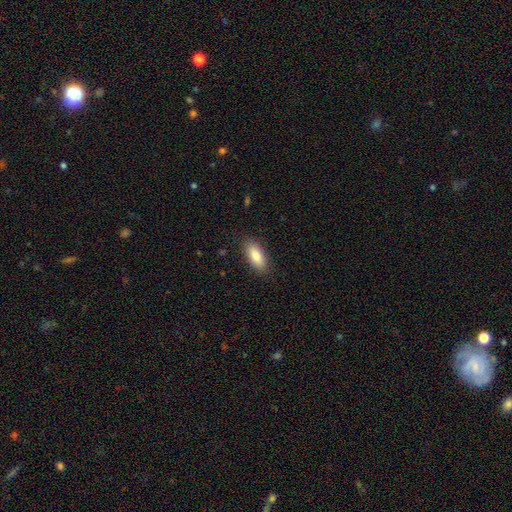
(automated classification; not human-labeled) Smooth or featured? smooth (85%)
How rounded? in between (82%)
Merging? none (87%)